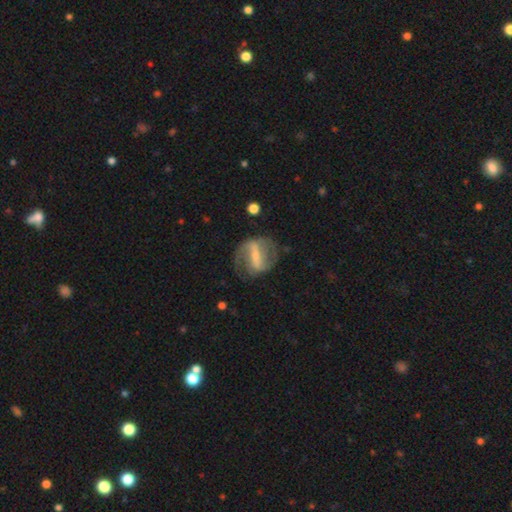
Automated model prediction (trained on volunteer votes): This appears to be a featured or disk galaxy (80%) with a strong bar (65%), 2 (80%) medium (45%) spiral arms (85%) and a small central bulge (54%). Merging: none (66%).